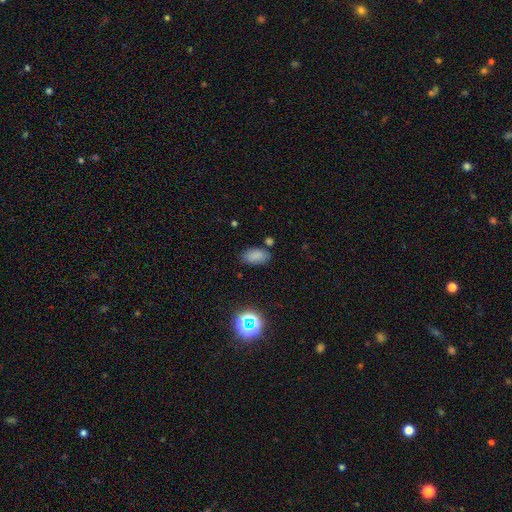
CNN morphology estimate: Smooth or featured? smooth (80%)
How rounded? in between (92%)
Merging? none (77%)